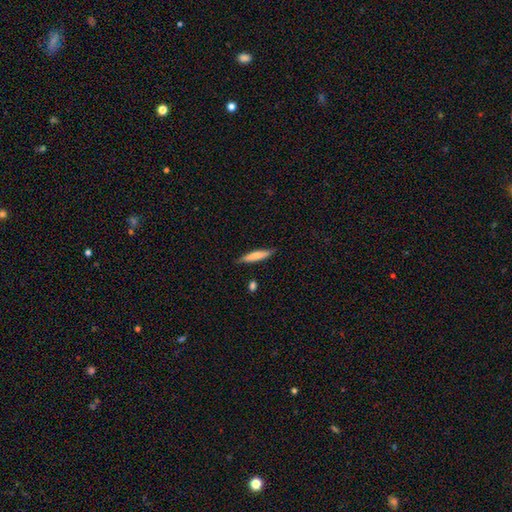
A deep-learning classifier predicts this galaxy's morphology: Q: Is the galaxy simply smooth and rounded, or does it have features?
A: smooth — 74%.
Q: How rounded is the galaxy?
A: cigar-shaped — 88%.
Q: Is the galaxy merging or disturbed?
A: none — 84%.